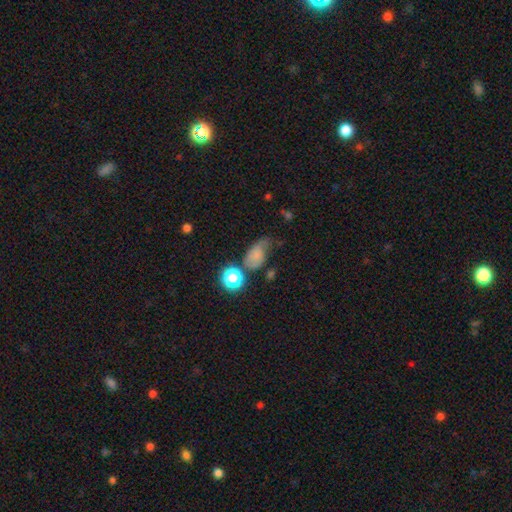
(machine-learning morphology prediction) smooth-or-featured: smooth: 67% | star or artifact: 18% | featured or disk: 15%
  how-rounded: in between: 78% | round: 19% | cigar-shaped: 2%
  merging: none: 36% | minor disturbance: 34% | major disturbance: 21% | merger: 9%